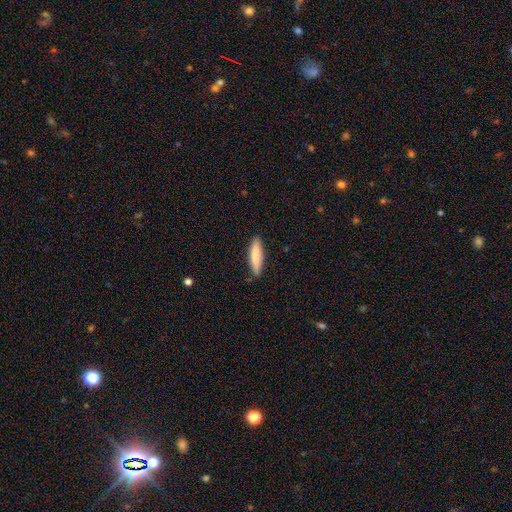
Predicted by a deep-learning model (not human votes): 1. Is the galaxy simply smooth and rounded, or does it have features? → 81% smooth, 14% featured or disk, 5% star or artifact.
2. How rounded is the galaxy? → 79% cigar-shaped, 20% in between, 1% round.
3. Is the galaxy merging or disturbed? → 87% none, 10% minor disturbance, 2% major disturbance, 1% merger.